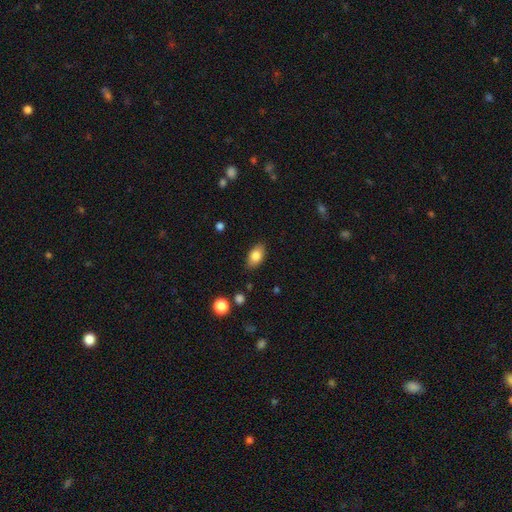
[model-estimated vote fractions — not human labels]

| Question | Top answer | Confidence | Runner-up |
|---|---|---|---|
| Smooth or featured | smooth | 82% | featured or disk (11%) |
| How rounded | in between | 90% | round (7%) |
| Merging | none | 85% | minor disturbance (11%) |